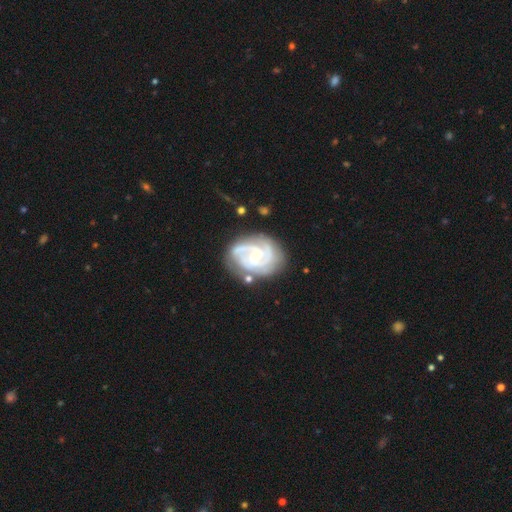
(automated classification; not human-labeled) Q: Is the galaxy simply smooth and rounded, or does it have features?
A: featured or disk — 90%.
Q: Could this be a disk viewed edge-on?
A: no — 98%.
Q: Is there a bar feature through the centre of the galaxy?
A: no — 48%.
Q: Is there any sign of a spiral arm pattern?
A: yes — 98%.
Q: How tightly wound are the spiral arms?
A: tight — 60%.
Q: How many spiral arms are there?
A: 3 — 43%.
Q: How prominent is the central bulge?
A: small — 64%.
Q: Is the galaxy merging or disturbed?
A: none — 70%.